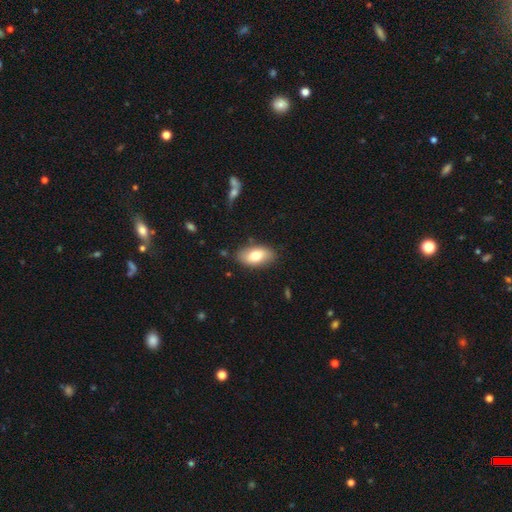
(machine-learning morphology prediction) A smooth galaxy with no disk features (75%) that is in between round and cigar-shaped (93%).

Vote fractions:
- Smooth or featured? smooth: 75% / featured or disk: 19% / star or artifact: 6%
- How rounded? in between: 93% / round: 4% / cigar-shaped: 3%
- Merging? none: 83% / minor disturbance: 13% / major disturbance: 3% / merger: 2%